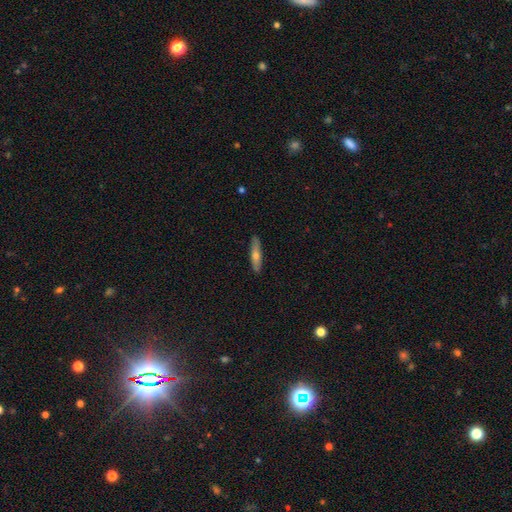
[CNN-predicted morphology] smooth-or-featured: smooth: 51% | featured or disk: 43% | star or artifact: 6%
  how-rounded: cigar-shaped: 82% | in between: 16% | round: 2%
  merging: none: 89% | minor disturbance: 9% | major disturbance: 2% | merger: 1%